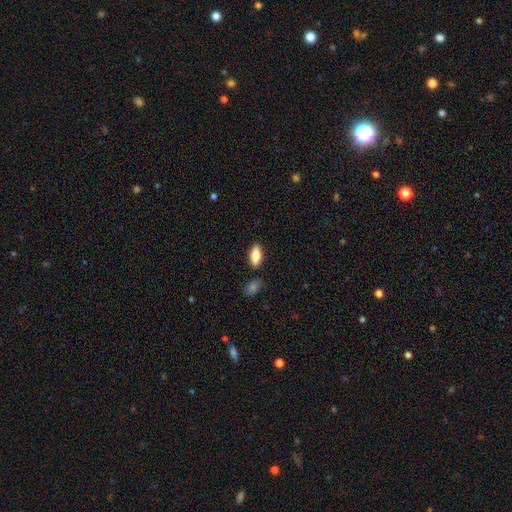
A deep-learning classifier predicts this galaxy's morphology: Q: Smooth or featured?
A: smooth (76%); runner-up: featured or disk (17%)
Q: How rounded?
A: in between (84%); runner-up: cigar-shaped (13%)
Q: Merging?
A: none (85%); runner-up: minor disturbance (10%)